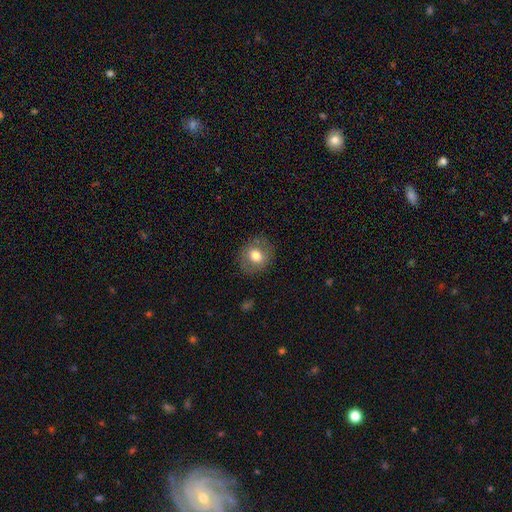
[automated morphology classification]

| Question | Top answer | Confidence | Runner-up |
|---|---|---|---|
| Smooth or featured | smooth | 72% | featured or disk (19%) |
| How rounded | round | 72% | in between (27%) |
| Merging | none | 83% | minor disturbance (12%) |